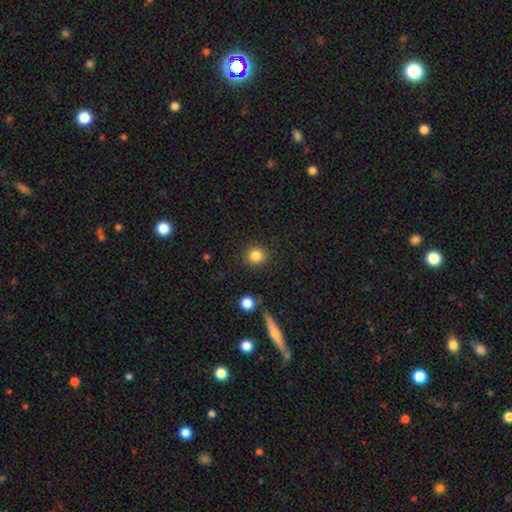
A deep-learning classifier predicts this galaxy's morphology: This is clearly a smooth galaxy (85%). How rounded: clearly round (88%). Merging: clearly none (88%).